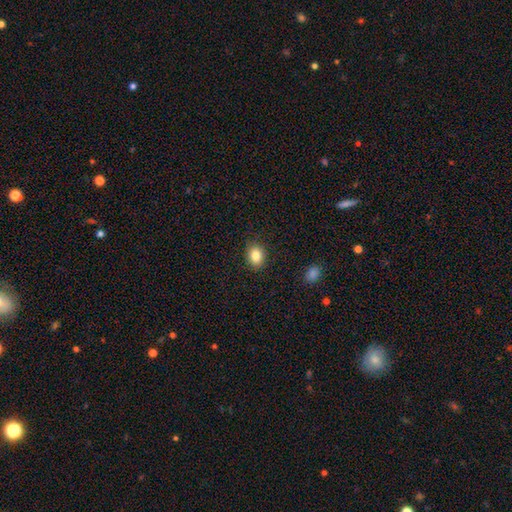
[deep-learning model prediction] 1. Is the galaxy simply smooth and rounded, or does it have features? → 85% smooth, 9% star or artifact, 6% featured or disk.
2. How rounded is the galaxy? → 58% in between, 41% round, 1% cigar-shaped.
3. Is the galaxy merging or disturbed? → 87% none, 9% minor disturbance, 2% major disturbance, 1% merger.